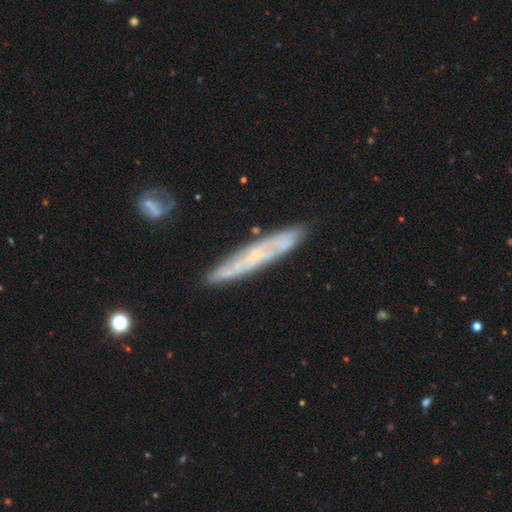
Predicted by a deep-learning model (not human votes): Smooth or featured?
  - featured or disk: 69% *
  - smooth: 24%
  - star or artifact: 7%
Edge-on disk?
  - yes: 61% *
  - no: 39%
Merging?
  - none: 81% *
  - minor disturbance: 14%
  - merger: 3%
  - major disturbance: 3%